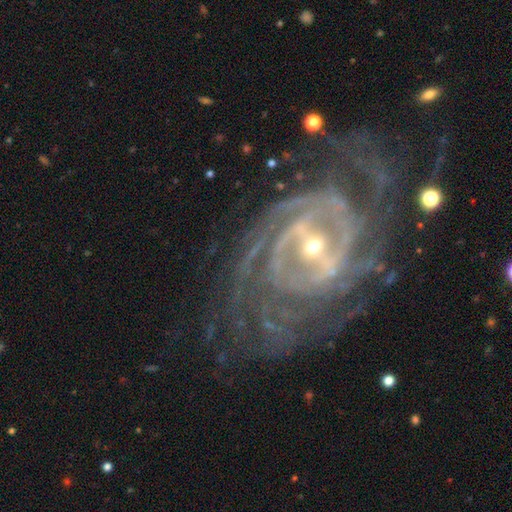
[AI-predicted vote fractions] smooth-or-featured: featured or disk: 91% | star or artifact: 6% | smooth: 3%
  disk-edge-on: no: 96% | yes: 4%
    bar: strong: 44% | weak: 37% | no: 19%
    has-spiral-arms: yes: 97% | no: 3%
      spiral-winding: tight: 73% | medium: 22% | loose: 5%
      spiral-arm-count: can't tell: 26% | 2: 20% | 4: 18% | 3: 15% | more than 4: 14% | 1: 7%
    bulge-size: small: 59% | moderate: 37% | large: 2% | none: 1% | dominant: 1%
  merging: none: 64% | minor disturbance: 18% | major disturbance: 15% | merger: 2%